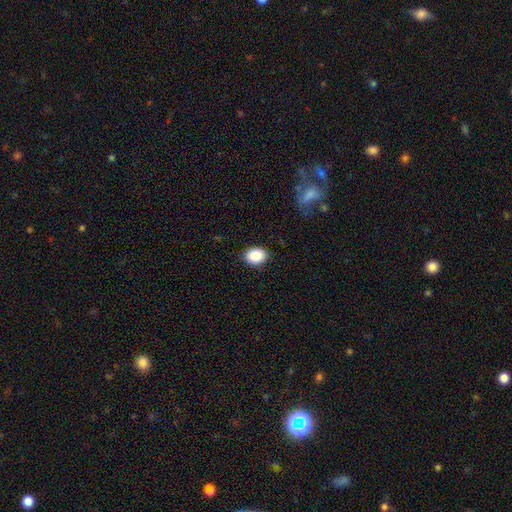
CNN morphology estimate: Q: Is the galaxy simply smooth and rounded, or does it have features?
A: smooth — 88%.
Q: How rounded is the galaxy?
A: in between — 64%.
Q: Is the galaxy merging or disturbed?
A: none — 88%.